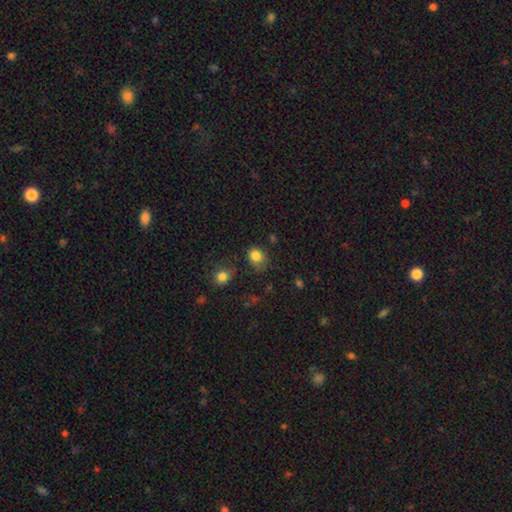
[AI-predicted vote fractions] Q: Smooth or featured?
A: smooth (83%); runner-up: star or artifact (11%)
Q: How rounded?
A: round (56%); runner-up: in between (43%)
Q: Merging?
A: none (60%); runner-up: minor disturbance (27%)